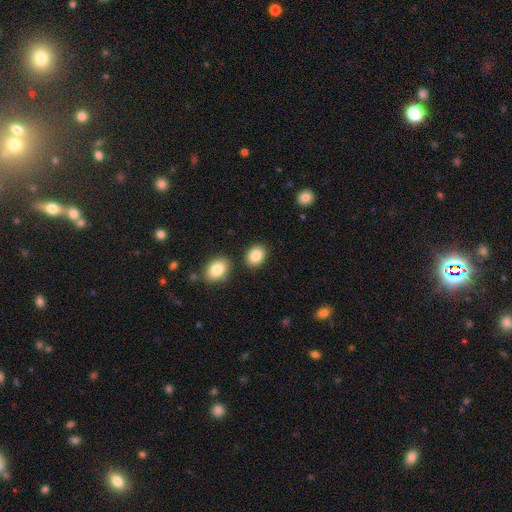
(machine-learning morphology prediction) Smooth or featured?
  - smooth: 86% *
  - star or artifact: 8%
  - featured or disk: 6%
How rounded?
  - in between: 58% *
  - round: 41%
  - cigar-shaped: 1%
Merging?
  - none: 81% *
  - minor disturbance: 9%
  - merger: 7%
  - major disturbance: 3%